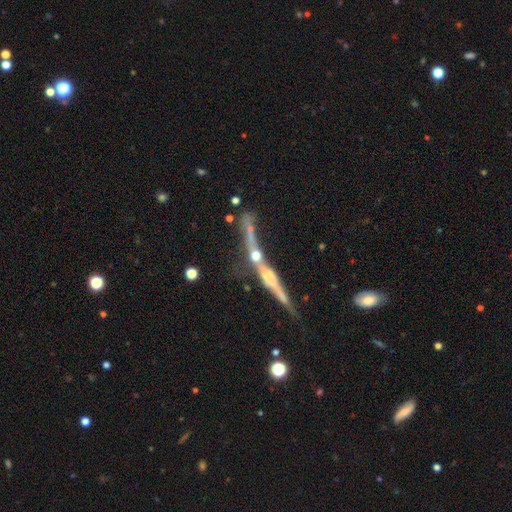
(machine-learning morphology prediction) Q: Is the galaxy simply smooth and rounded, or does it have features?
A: featured or disk — 64%.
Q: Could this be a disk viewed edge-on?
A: yes — 84%.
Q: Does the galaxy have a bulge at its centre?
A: rounded — 72%.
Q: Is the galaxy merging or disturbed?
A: none — 42%.